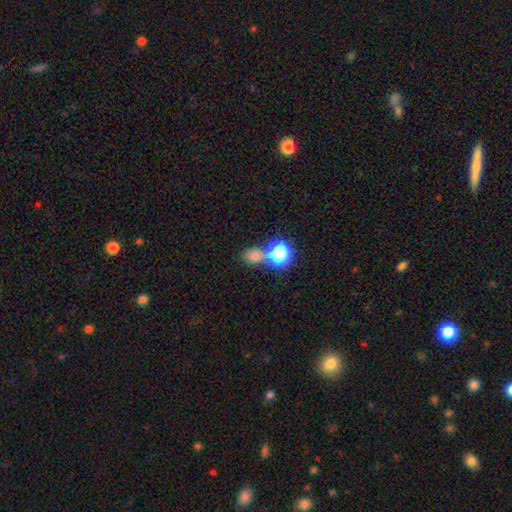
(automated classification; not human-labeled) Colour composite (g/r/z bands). It shows a smooth galaxy with no disk features (70%) that is round (65%). Merging: none (55%).